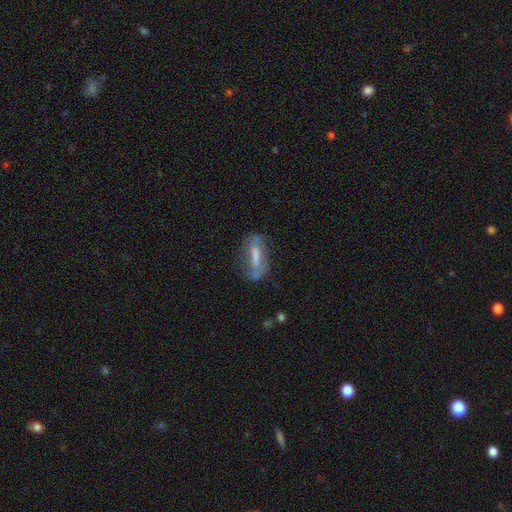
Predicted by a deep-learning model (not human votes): A featured or disk galaxy (50%).

Vote fractions:
- Smooth or featured? featured or disk: 50% / smooth: 39% / star or artifact: 10%
- Edge-on disk? no: 78% / yes: 22%
- Merging? none: 62% / minor disturbance: 23% / major disturbance: 12% / merger: 3%